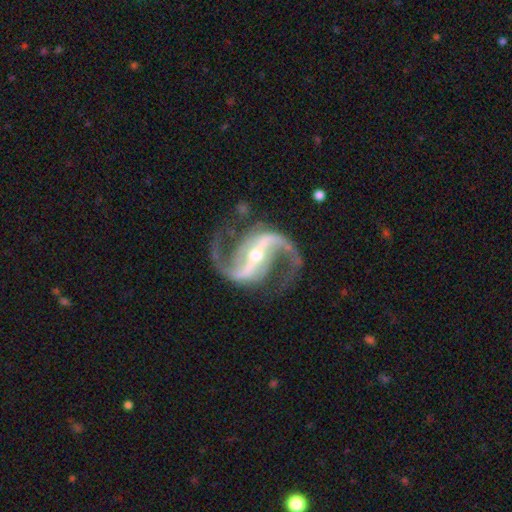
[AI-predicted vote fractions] smooth_or_featured: featured or disk (p=0.94) [alt: star or artifact p=0.04]
disk_edge_on: no (p=0.97) [alt: yes p=0.03]
bar: strong (p=0.73) [alt: weak p=0.20]
has_spiral_arms: yes (p=0.98) [alt: no p=0.02]
spiral_winding: medium (p=0.52) [alt: loose p=0.38]
spiral_arm_count: 2 (p=0.94) [alt: 3 p=0.01]
bulge_size: small (p=0.49) [alt: moderate p=0.47]
merging: none (p=0.80) [alt: minor disturbance p=0.12]